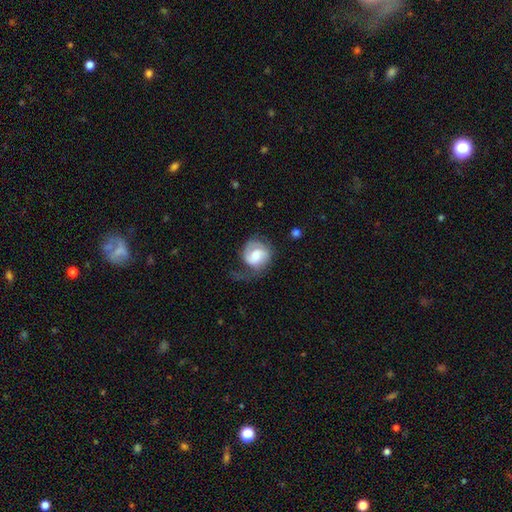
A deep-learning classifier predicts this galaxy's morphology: featured or disk 60%, smooth 33%, star or artifact 6%. Down the decision tree: edge-on disk — no (98%); bar — weak (48%); spiral arms — yes (89%); spiral arm count — 2 (52%); spiral winding — medium (39%); bulge size — moderate (47%); merging — none (41%).